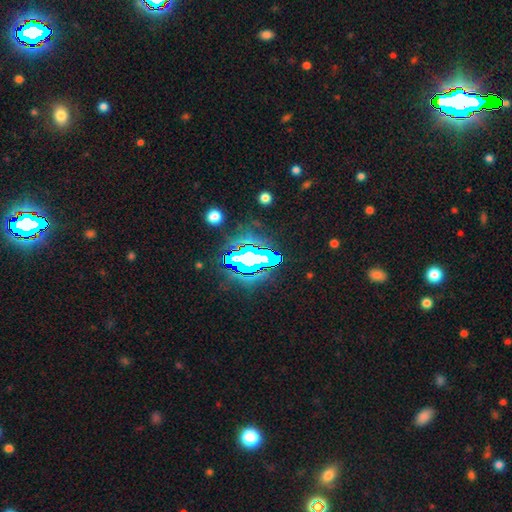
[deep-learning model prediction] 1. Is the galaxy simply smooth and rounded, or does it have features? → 81% star or artifact, 10% smooth, 10% featured or disk.